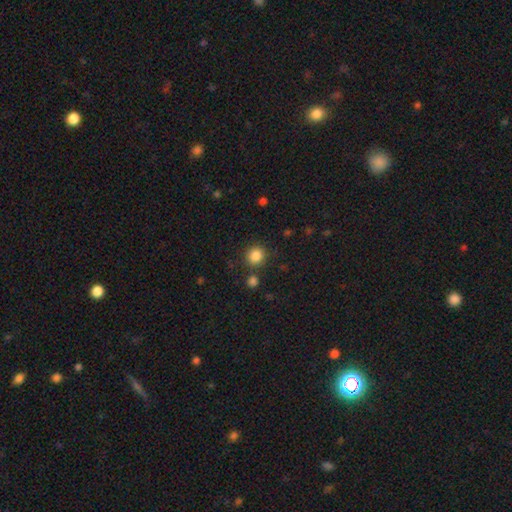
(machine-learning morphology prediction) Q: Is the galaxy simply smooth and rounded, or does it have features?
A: smooth — 85%.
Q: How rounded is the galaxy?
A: round — 87%.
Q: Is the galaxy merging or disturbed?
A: none — 82%.